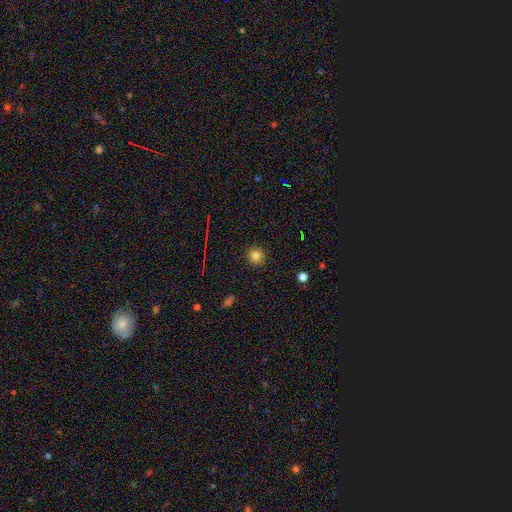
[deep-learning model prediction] smooth-or-featured: smooth: 81% | star or artifact: 14% | featured or disk: 5%
  how-rounded: round: 92% | in between: 7% | cigar-shaped: 1%
  merging: none: 90% | minor disturbance: 7% | major disturbance: 2% | merger: 1%